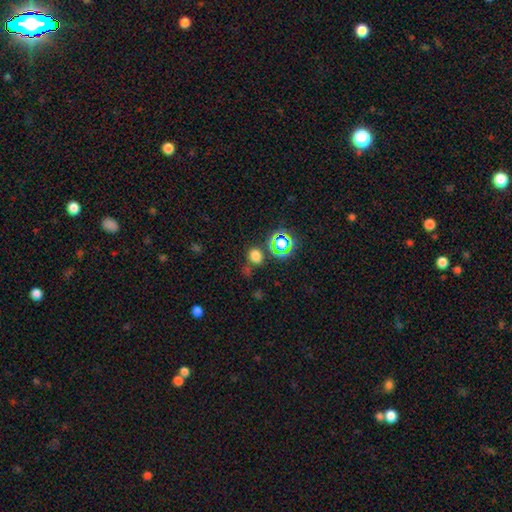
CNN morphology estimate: Smooth or featured? Predicted: smooth (p=0.69). How rounded? Predicted: round (p=0.65). Merging? Predicted: none (p=0.72).